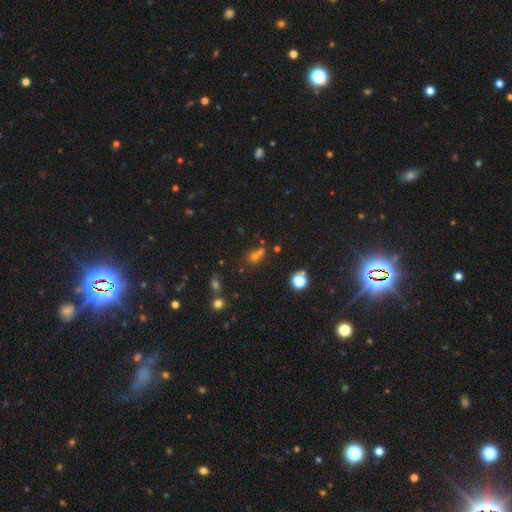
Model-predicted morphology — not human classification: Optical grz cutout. It shows a smooth galaxy with no disk features (58%) that is round (79%). Merging: none (48%).